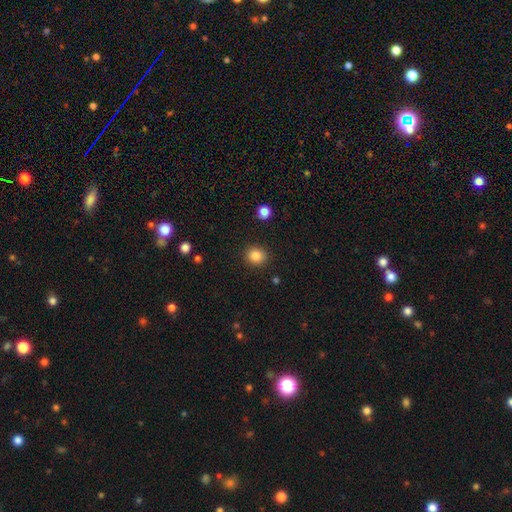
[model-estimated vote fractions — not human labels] A smooth galaxy with no disk features (85%) that is round (83%).

Vote fractions:
- Smooth or featured? smooth: 85% / star or artifact: 10% / featured or disk: 4%
- How rounded? round: 83% / in between: 16% / cigar-shaped: 1%
- Merging? none: 90% / minor disturbance: 6% / major disturbance: 2% / merger: 1%